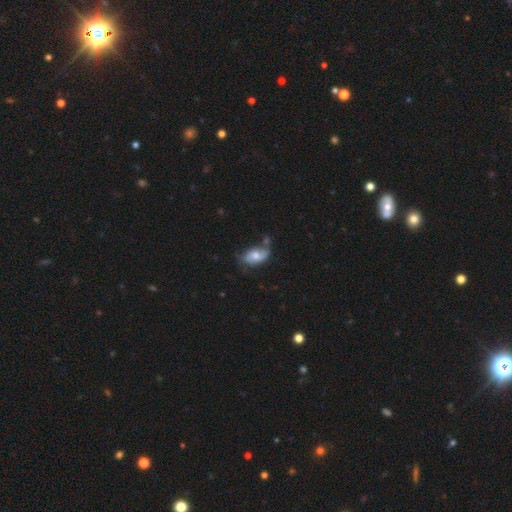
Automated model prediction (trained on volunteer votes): Overall: smooth (46%, tied with featured or disk). Merging: none (42%; minor disturbance 30%).